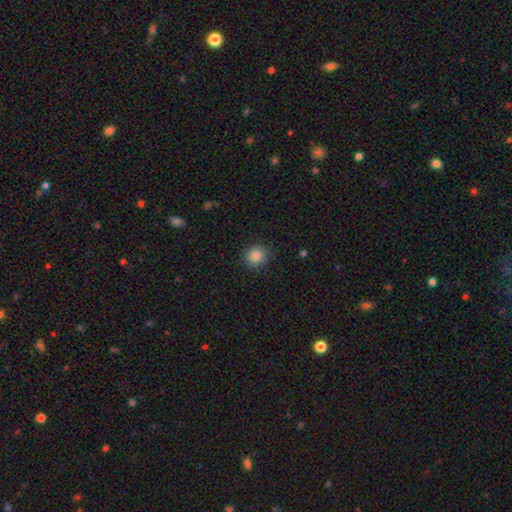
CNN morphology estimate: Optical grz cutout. It shows a smooth galaxy with no disk features (84%) that is round (88%). Merging: none (89%).